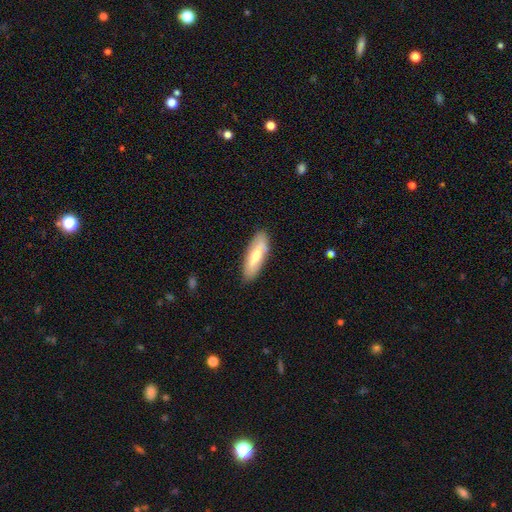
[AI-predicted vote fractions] This is likely a smooth galaxy (64%). How rounded: possibly in between (58%). Merging: clearly none (83%).